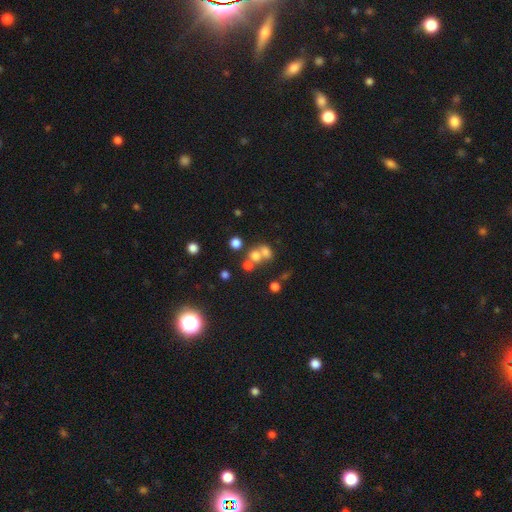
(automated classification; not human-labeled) This is likely a smooth galaxy (64%). How rounded: likely round (67%). Merging: possibly merger (49%).